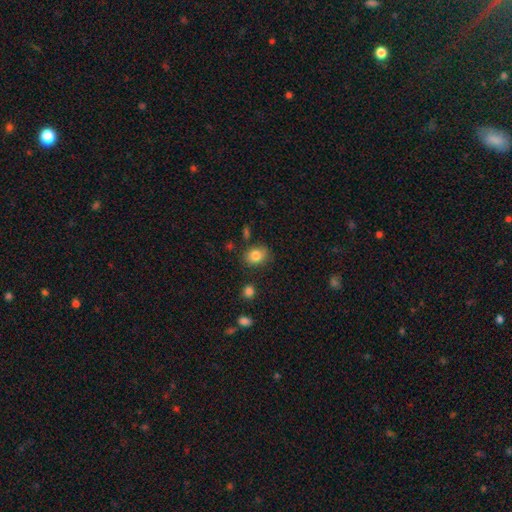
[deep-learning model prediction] Smooth or featured? Predicted: smooth (p=0.83). How rounded? Predicted: in between (p=0.53). Merging? Predicted: none (p=0.80).